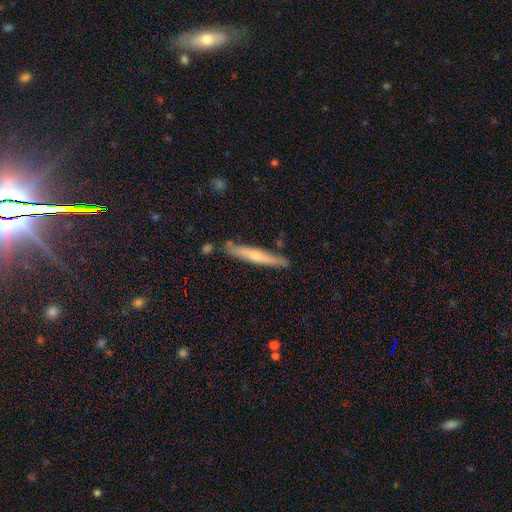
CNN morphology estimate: Smooth or featured? smooth (47%, tied with featured or disk)
Merging? none (83%)